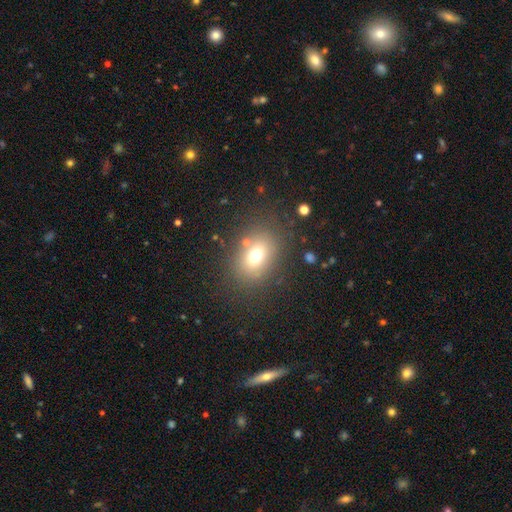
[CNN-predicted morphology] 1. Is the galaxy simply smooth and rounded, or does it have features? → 70% smooth, 17% star or artifact, 13% featured or disk.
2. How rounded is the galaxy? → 58% in between, 41% round, 1% cigar-shaped.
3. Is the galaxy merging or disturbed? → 78% none, 11% minor disturbance, 6% major disturbance, 5% merger.